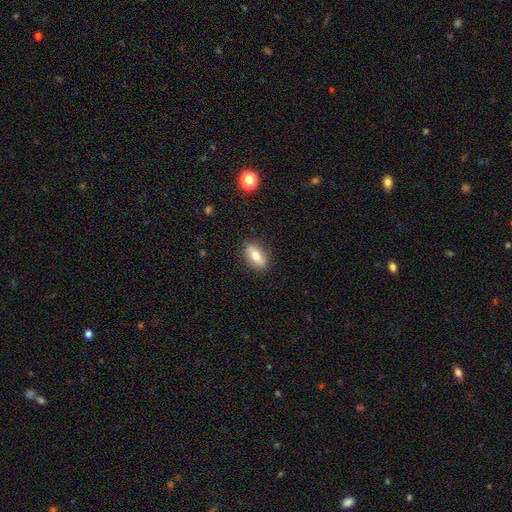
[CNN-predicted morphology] Smooth or featured?
  - smooth: 73% *
  - featured or disk: 20%
  - star or artifact: 7%
How rounded?
  - in between: 84% *
  - cigar-shaped: 9%
  - round: 7%
Merging?
  - none: 86% *
  - minor disturbance: 11%
  - major disturbance: 2%
  - merger: 1%